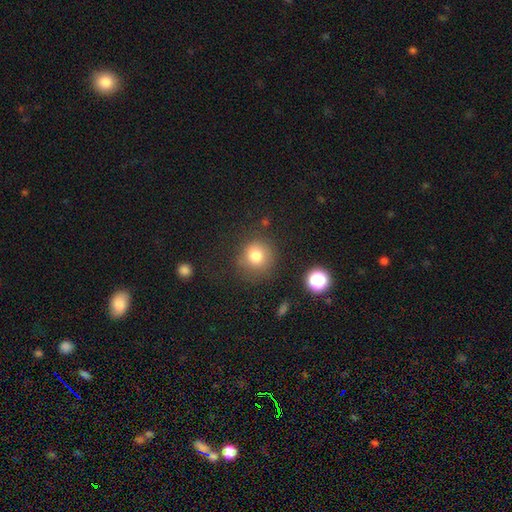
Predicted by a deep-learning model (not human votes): smooth-or-featured: smooth: 79% | star or artifact: 12% | featured or disk: 8%
  how-rounded: round: 89% | in between: 10% | cigar-shaped: 1%
  merging: none: 76% | minor disturbance: 14% | major disturbance: 7% | merger: 3%